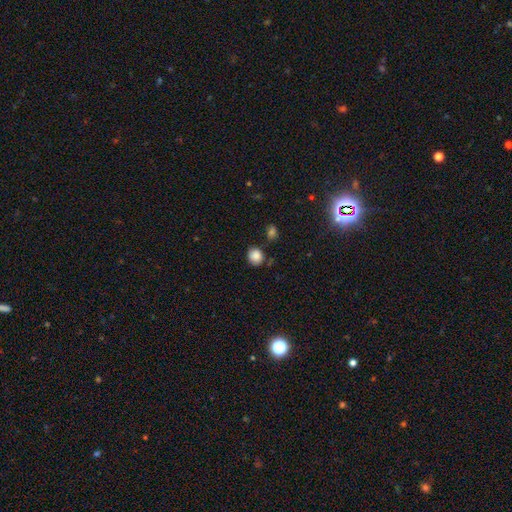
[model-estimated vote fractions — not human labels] Q: Smooth or featured?
A: smooth (85%); runner-up: star or artifact (10%)
Q: How rounded?
A: round (76%); runner-up: in between (23%)
Q: Merging?
A: none (76%); runner-up: minor disturbance (15%)